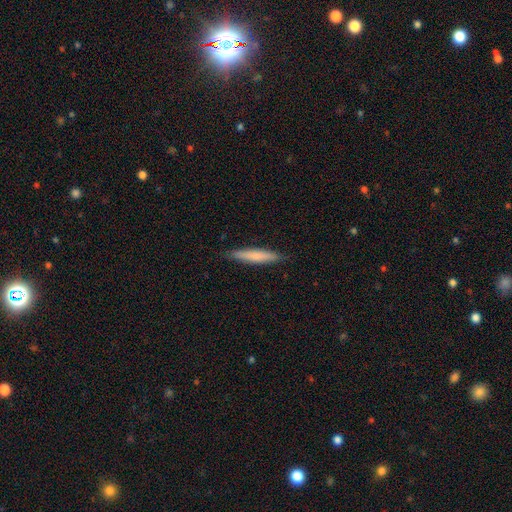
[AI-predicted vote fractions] The model was most divided on "smooth or featured": smooth: 72%, featured or disk: 22%, star or artifact: 6%. More confident: how rounded — cigar-shaped (92%); merging — none (89%).